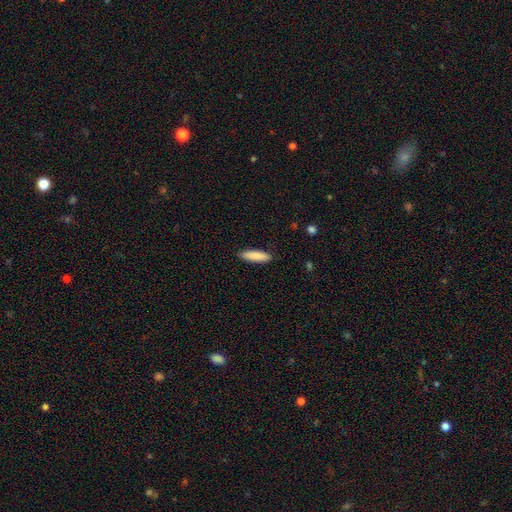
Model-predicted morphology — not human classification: A smooth galaxy with no disk features (88%) that is cigar-shaped (68%).

Vote fractions:
- Smooth or featured? smooth: 88% / featured or disk: 6% / star or artifact: 6%
- How rounded? cigar-shaped: 68% / in between: 31% / round: 1%
- Merging? none: 89% / minor disturbance: 8% / major disturbance: 2% / merger: 1%